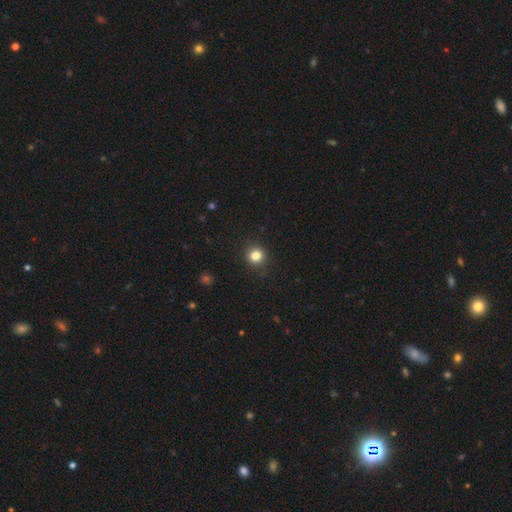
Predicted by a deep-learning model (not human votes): The model was most divided on "smooth or featured": smooth: 83%, star or artifact: 12%, featured or disk: 5%. More confident: merging — none (92%); how rounded — round (92%).